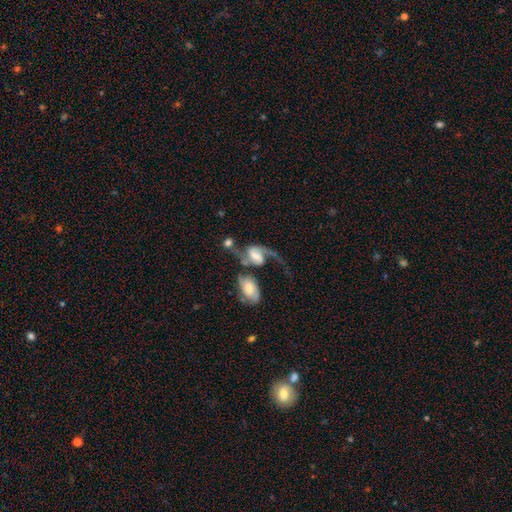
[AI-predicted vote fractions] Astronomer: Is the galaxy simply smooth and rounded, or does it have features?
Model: featured or disk — 80%.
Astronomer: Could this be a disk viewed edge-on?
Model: no — 97%.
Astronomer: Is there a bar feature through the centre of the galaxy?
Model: weak — 46% (runner-up: strong, 29%).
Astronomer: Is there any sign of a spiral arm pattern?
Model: yes — 95%.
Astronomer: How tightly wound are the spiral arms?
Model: loose — 69%.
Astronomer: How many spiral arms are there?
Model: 2 — 81%.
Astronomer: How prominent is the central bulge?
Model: moderate — 34% (runner-up: small, 22%).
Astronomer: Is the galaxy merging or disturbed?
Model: merger — 37% (runner-up: none, 29%).